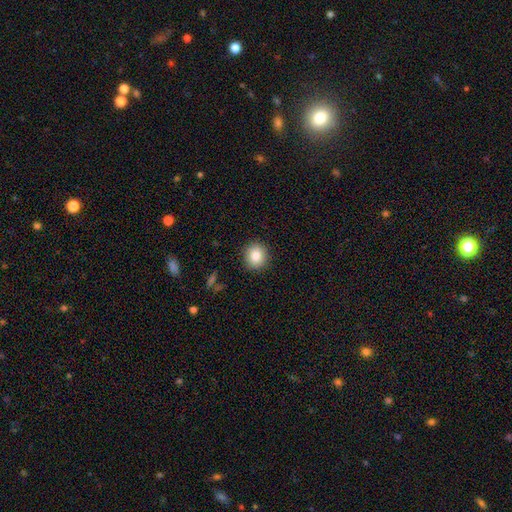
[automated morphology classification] Overall: smooth (86%). How rounded: round (84%). Merging: none (90%).